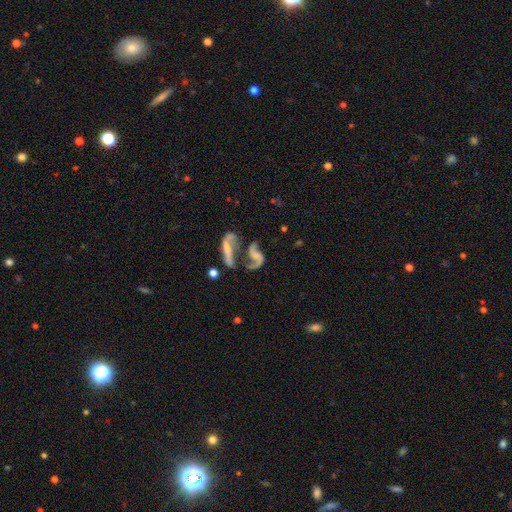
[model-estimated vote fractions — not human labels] Morphology: type=featured or disk (74%); edge-on=no (95%); bar=no (61%); spiral arms=yes (80%); winding=loose (76%); arm count=2 (75%); bulge=none (48%); merging=merger (46%).